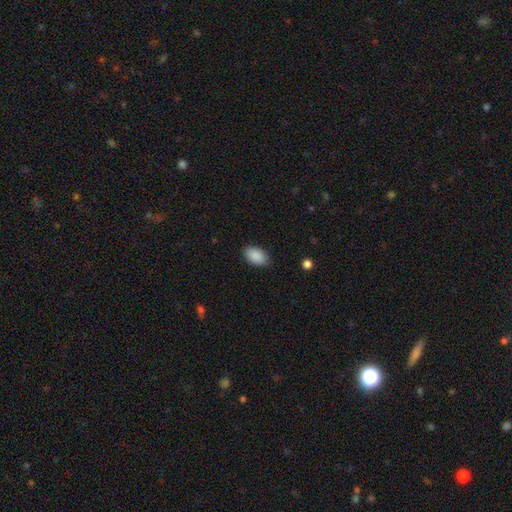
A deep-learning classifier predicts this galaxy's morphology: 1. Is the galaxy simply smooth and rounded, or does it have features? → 90% smooth, 7% star or artifact, 3% featured or disk.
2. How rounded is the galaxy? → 93% in between, 5% round, 2% cigar-shaped.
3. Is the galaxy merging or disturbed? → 85% none, 11% minor disturbance, 2% major disturbance, 1% merger.